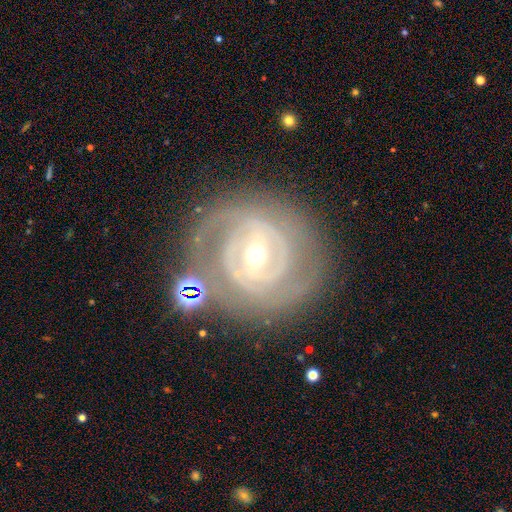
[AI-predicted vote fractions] Q: Smooth or featured?
A: featured or disk (86%); runner-up: smooth (8%)
Q: Edge-on disk?
A: no (97%); runner-up: yes (3%)
Q: Bar?
A: weak (44%); runner-up: strong (32%)
Q: Spiral arms?
A: yes (93%); runner-up: no (7%)
Q: Spiral winding?
A: tight (73%); runner-up: medium (22%)
Q: Spiral arm count?
A: 2 (35%); runner-up: can't tell (27%)
Q: Bulge size?
A: small (57%); runner-up: moderate (40%)
Q: Merging?
A: none (74%); runner-up: minor disturbance (14%)